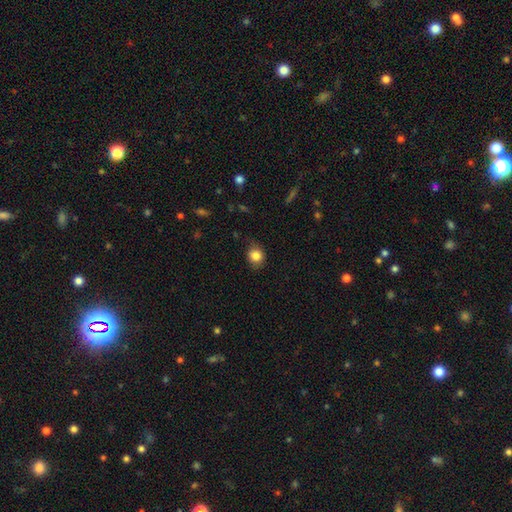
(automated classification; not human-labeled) A smooth galaxy with no disk features (84%) that is round (71%).

Vote fractions:
- Smooth or featured? smooth: 84% / star or artifact: 10% / featured or disk: 6%
- How rounded? round: 71% / in between: 28% / cigar-shaped: 1%
- Merging? none: 72% / minor disturbance: 22% / major disturbance: 5% / merger: 1%